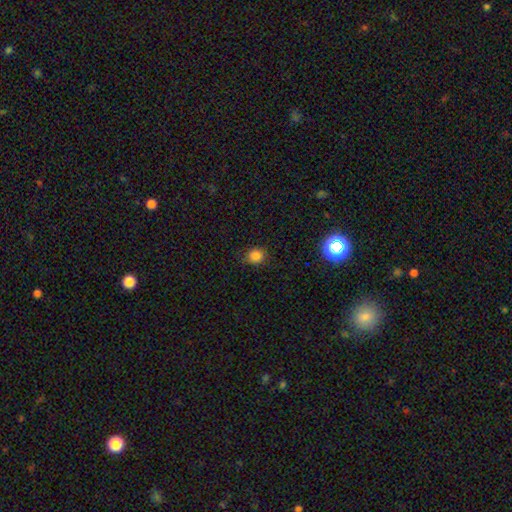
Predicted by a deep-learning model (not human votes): smooth-or-featured: smooth: 82% | star or artifact: 14% | featured or disk: 4%
  how-rounded: round: 81% | in between: 18% | cigar-shaped: 1%
  merging: none: 84% | minor disturbance: 12% | major disturbance: 3% | merger: 1%